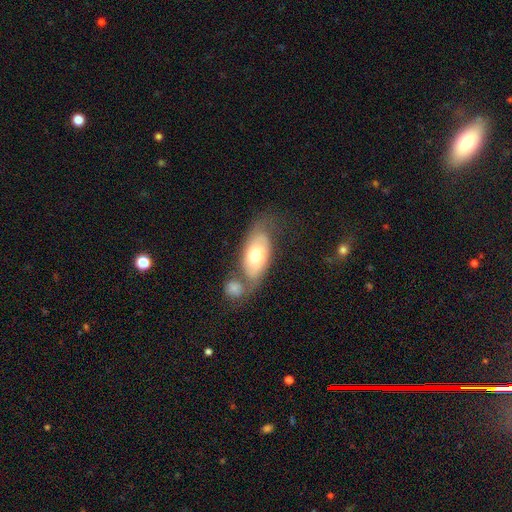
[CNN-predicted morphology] smooth-or-featured: smooth: 55% | featured or disk: 39% | star or artifact: 6%
  how-rounded: in between: 87% | cigar-shaped: 8% | round: 5%
  merging: none: 36% | merger: 35% | minor disturbance: 18% | major disturbance: 11%